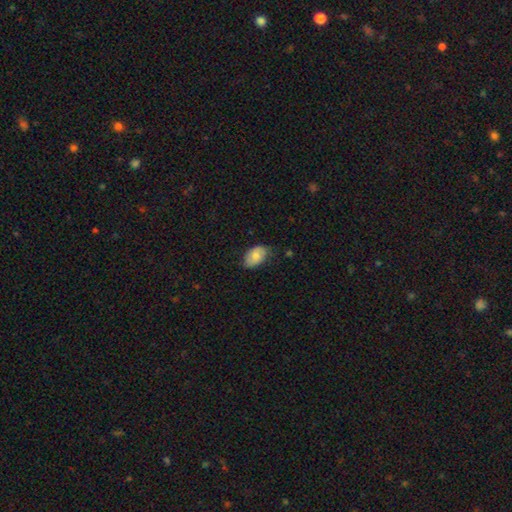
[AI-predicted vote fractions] Smooth or featured? Predicted: smooth (p=0.74). How rounded? Predicted: in between (p=0.90). Merging? Predicted: none (p=0.69).